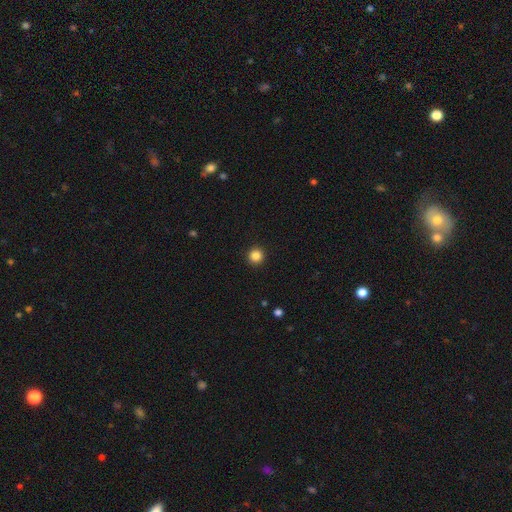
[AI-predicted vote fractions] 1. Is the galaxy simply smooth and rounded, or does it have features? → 85% smooth, 11% star or artifact, 3% featured or disk.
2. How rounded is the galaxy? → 96% round, 3% in between, 1% cigar-shaped.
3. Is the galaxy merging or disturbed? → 93% none, 4% minor disturbance, 2% major disturbance, 1% merger.